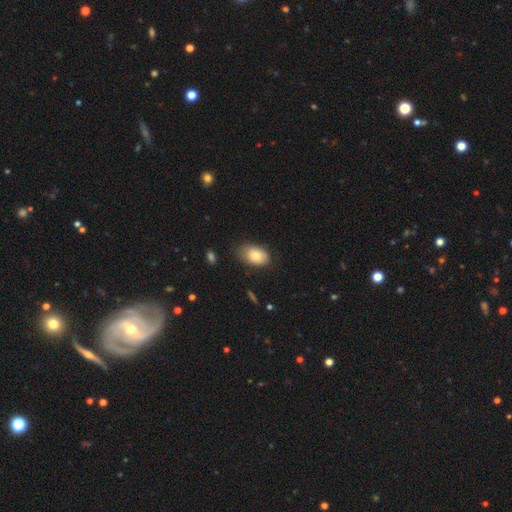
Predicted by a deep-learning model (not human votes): A smooth galaxy with no disk features (80%) that is in between round and cigar-shaped (90%). Merging: none (72%).